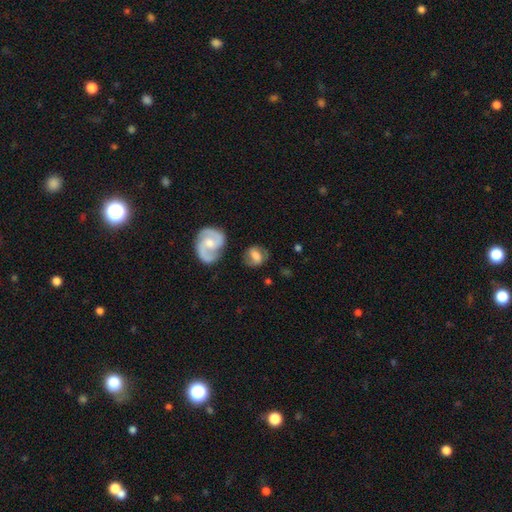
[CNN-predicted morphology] This appears to be a featured or disk galaxy (49%). Merging: none (62%).